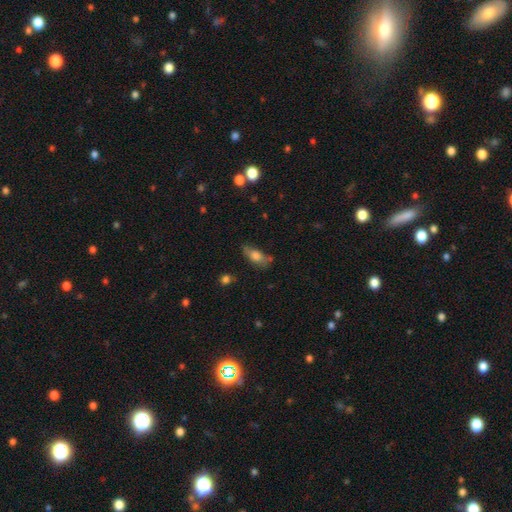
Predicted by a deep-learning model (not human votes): smooth_or_featured: smooth (p=0.71) [alt: featured or disk p=0.21]
how_rounded: in between (p=0.81) [alt: cigar-shaped p=0.14]
merging: none (p=0.59) [alt: minor disturbance p=0.27]